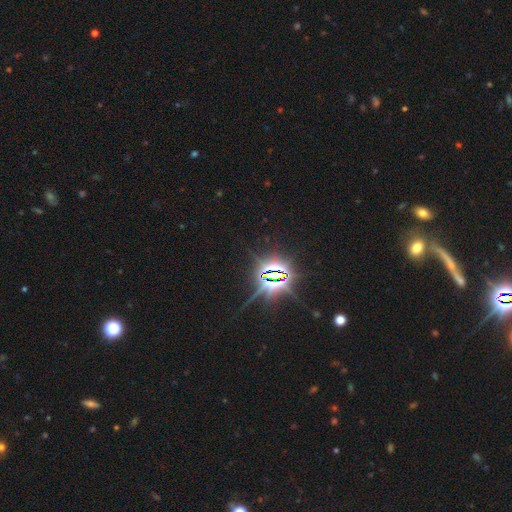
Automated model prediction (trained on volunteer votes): smooth_or_featured: star or artifact (p=0.81) [alt: smooth p=0.11]